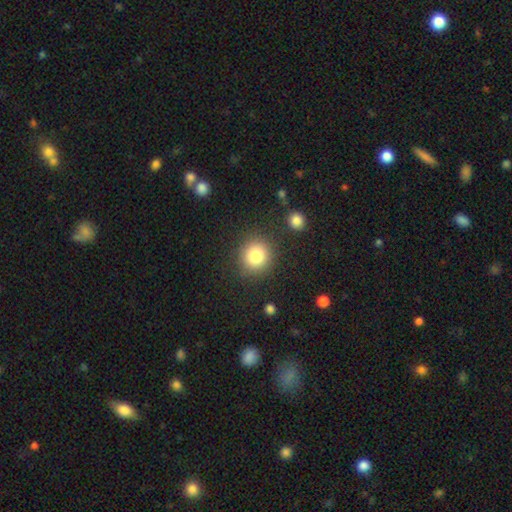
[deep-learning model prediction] Smooth or featured? smooth (82%)
How rounded? round (90%)
Merging? none (86%)